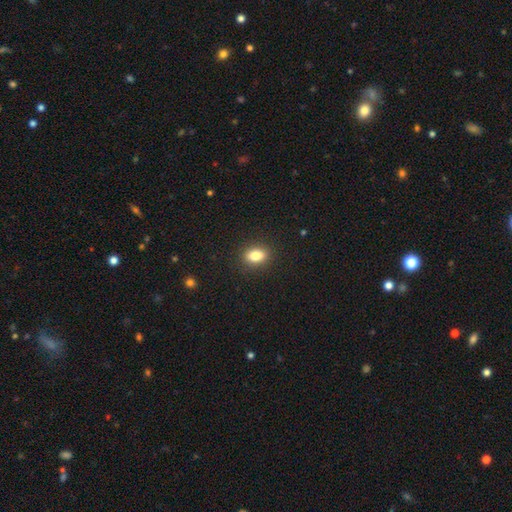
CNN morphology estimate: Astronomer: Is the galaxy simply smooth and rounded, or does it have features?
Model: smooth — 84%.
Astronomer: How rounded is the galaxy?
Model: in between — 77%.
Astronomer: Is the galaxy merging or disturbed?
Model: none — 89%.